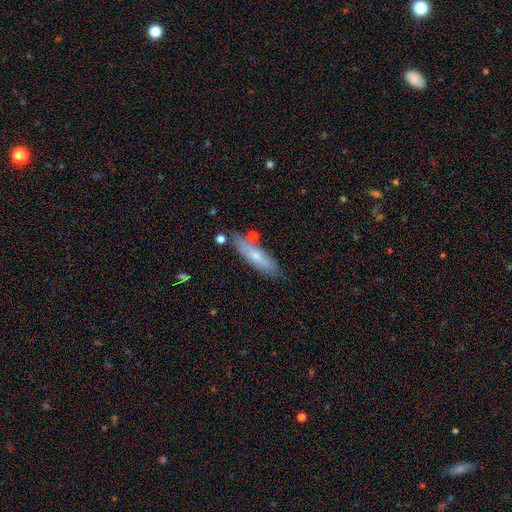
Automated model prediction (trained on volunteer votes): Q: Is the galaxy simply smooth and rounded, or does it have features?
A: smooth — 57%.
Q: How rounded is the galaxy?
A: cigar-shaped — 65%.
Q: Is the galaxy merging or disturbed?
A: none — 75%.